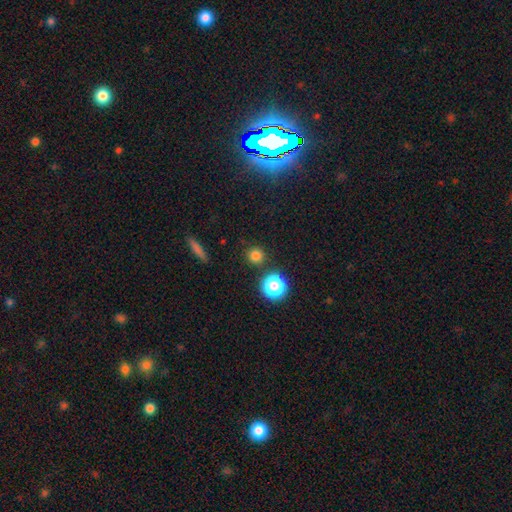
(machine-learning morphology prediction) This appears to be a smooth galaxy with no disk features (78%) that is round (94%). Merging: none (85%).